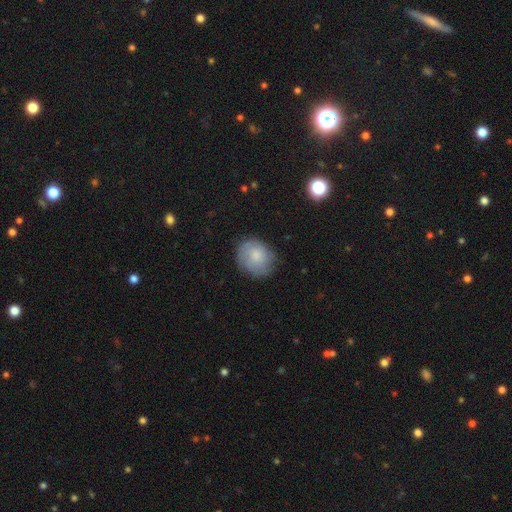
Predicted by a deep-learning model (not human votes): A smooth galaxy with no disk features (71%) that is round (67%).

Vote fractions:
- Smooth or featured? smooth: 71% / featured or disk: 22% / star or artifact: 7%
- How rounded? round: 67% / in between: 32% / cigar-shaped: 1%
- Merging? none: 75% / minor disturbance: 19% / major disturbance: 5% / merger: 1%